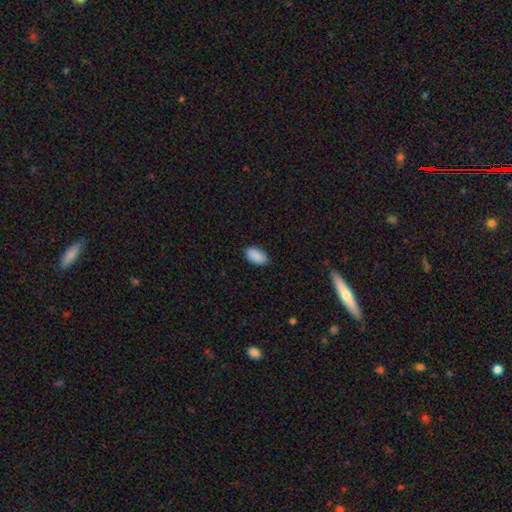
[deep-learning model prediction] Q: Smooth or featured?
A: smooth (90%); runner-up: star or artifact (7%)
Q: How rounded?
A: in between (94%); runner-up: round (4%)
Q: Merging?
A: none (84%); runner-up: minor disturbance (13%)